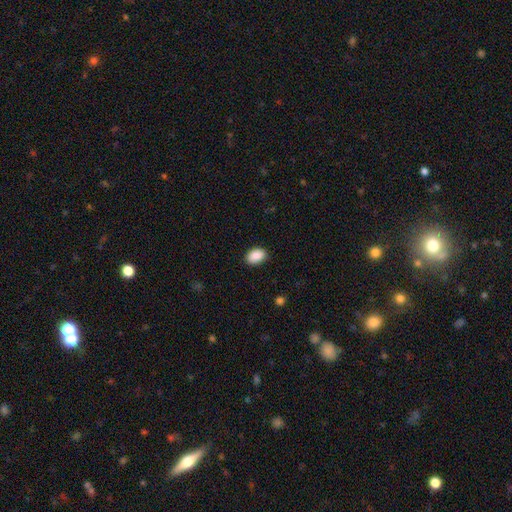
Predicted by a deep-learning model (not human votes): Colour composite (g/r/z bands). It shows a smooth galaxy with no disk features (90%) that is in between round and cigar-shaped (85%). Merging: none (86%).